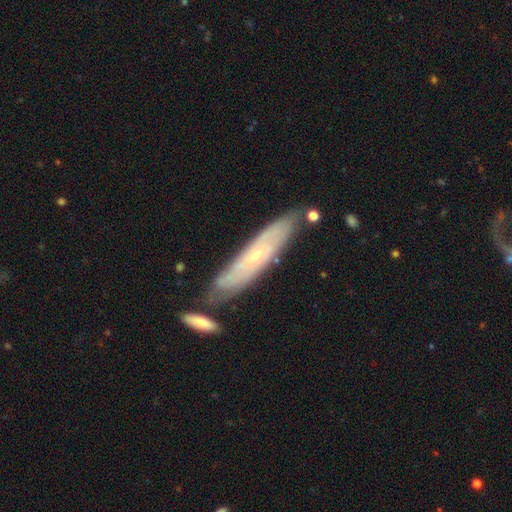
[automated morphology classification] Smooth or featured? featured or disk (67%)
Edge-on disk? no (58%)
Merging? none (72%)